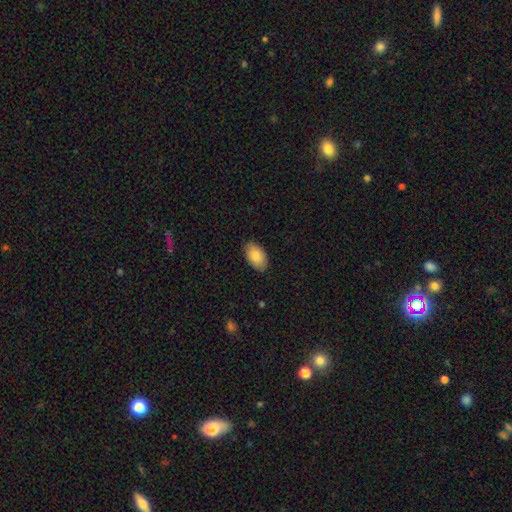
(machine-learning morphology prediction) smooth_or_featured: smooth (p=0.86) [alt: featured or disk p=0.08]
how_rounded: in between (p=0.94) [alt: round p=0.04]
merging: none (p=0.86) [alt: minor disturbance p=0.11]